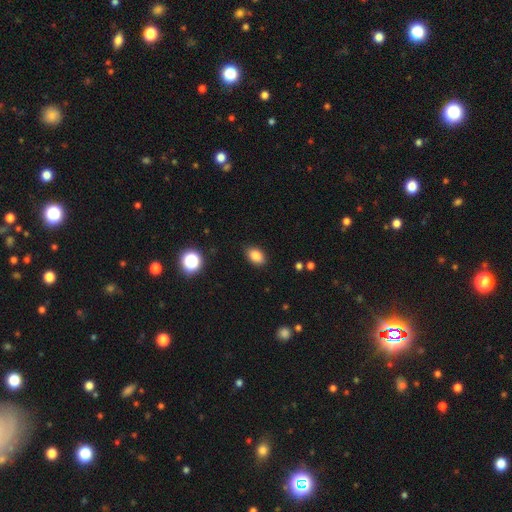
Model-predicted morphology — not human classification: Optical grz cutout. It shows a smooth galaxy with no disk features (84%) that is in between round and cigar-shaped (83%). Merging: none (87%).